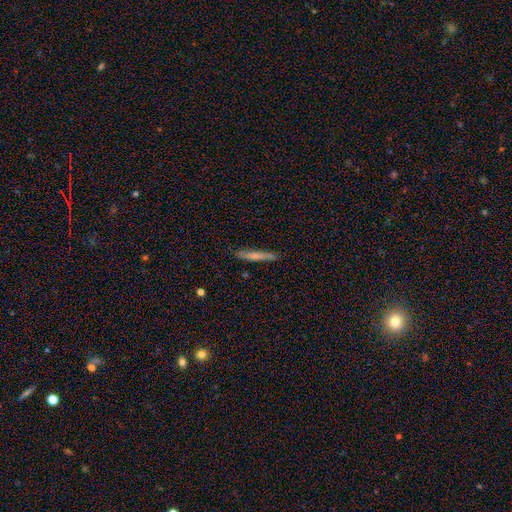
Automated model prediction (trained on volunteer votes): Q: Smooth or featured?
A: smooth (62%); runner-up: featured or disk (31%)
Q: How rounded?
A: cigar-shaped (93%); runner-up: in between (5%)
Q: Merging?
A: none (81%); runner-up: minor disturbance (14%)